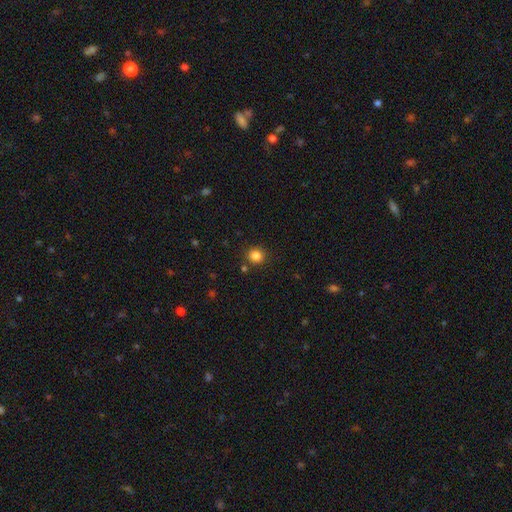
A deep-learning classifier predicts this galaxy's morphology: type=smooth (84%); roundness=round (88%); merging=none (86%).